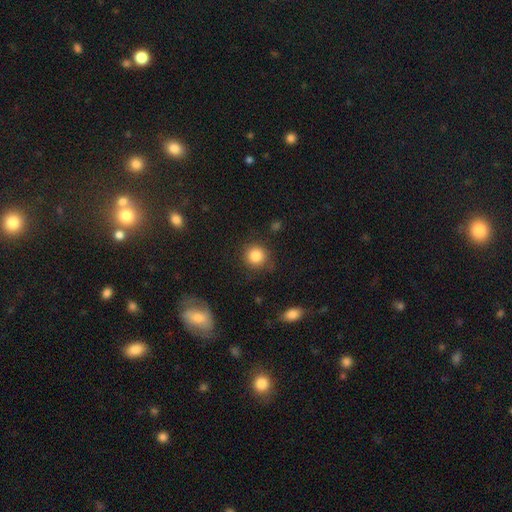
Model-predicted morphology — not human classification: A smooth galaxy with no disk features (84%) that is round (91%). Merging: none (84%).